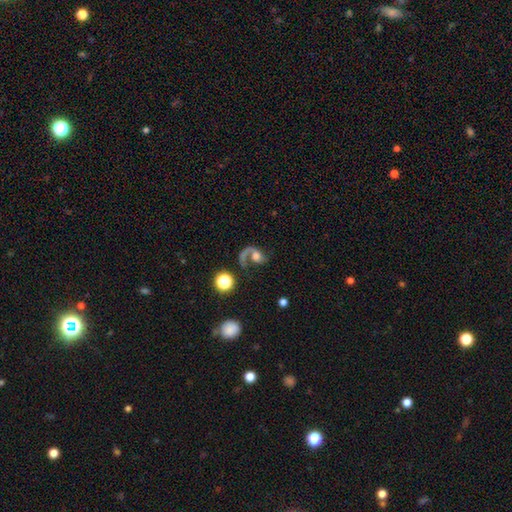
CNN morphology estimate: Smooth or featured? Predicted: featured or disk (p=0.69). Edge-on disk? Predicted: no (p=0.97). Bar? Predicted: no (p=0.64). Spiral arms? Predicted: yes (p=0.90). Spiral winding? Predicted: loose (p=0.61). Spiral arm count? Predicted: 1 (p=0.66). Bulge size? Predicted: moderate (p=0.39). Merging? Predicted: none (p=0.40).